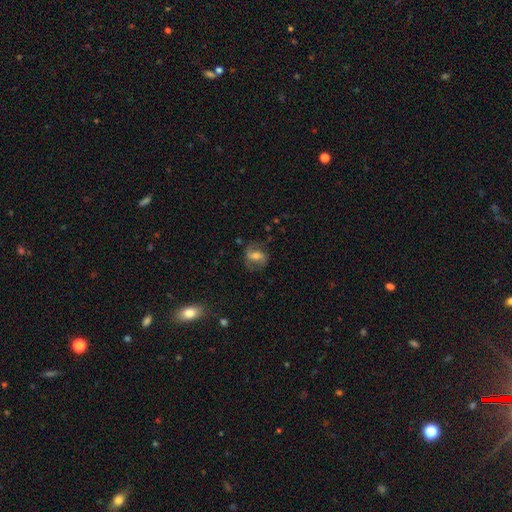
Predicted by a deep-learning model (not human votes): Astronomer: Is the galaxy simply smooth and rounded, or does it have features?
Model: featured or disk — 54% (runner-up: smooth, 36%).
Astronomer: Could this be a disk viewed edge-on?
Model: no — 95%.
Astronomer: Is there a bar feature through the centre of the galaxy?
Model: weak — 41% (runner-up: no, 32%).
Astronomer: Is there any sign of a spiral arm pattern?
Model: yes — 80%.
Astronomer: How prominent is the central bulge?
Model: moderate — 59%.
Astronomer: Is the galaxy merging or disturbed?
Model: none — 68%.